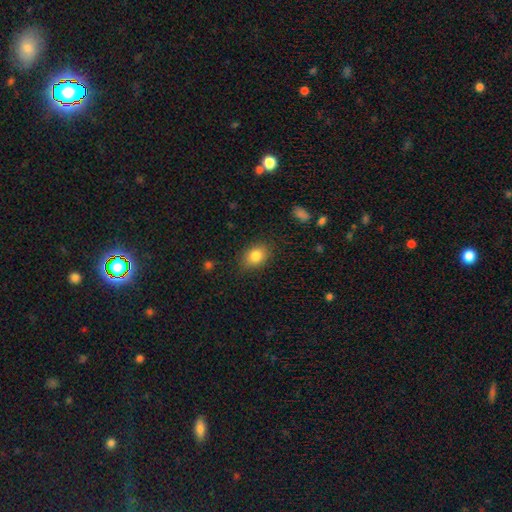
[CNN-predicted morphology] smooth_or_featured: smooth (p=0.84) [alt: star or artifact p=0.09]
how_rounded: in between (p=0.71) [alt: round p=0.28]
merging: none (p=0.83) [alt: minor disturbance p=0.12]